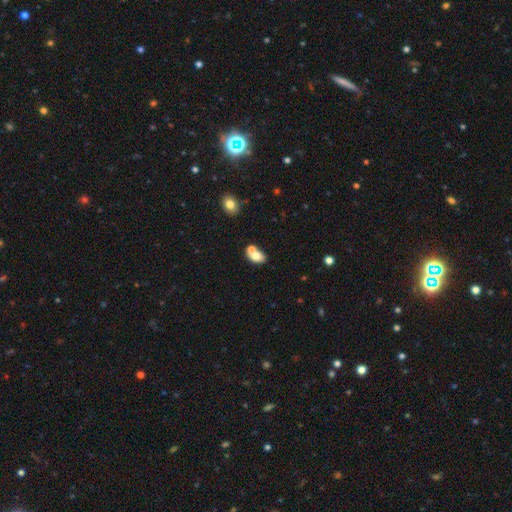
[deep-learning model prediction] This appears to be a smooth galaxy with no disk features (73%) that is in between round and cigar-shaped (76%). Merging: merger (45%).